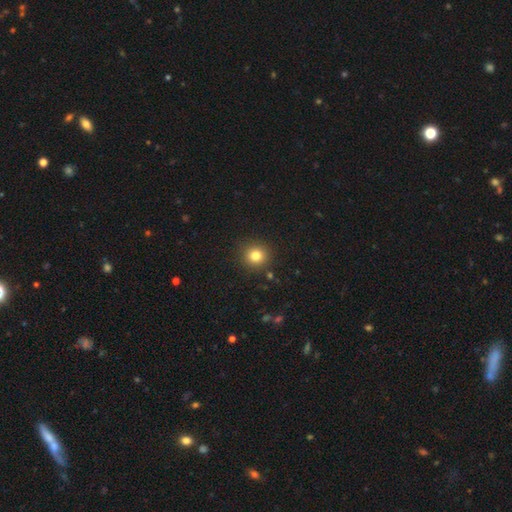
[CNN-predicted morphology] smooth-or-featured: smooth: 80% | star or artifact: 13% | featured or disk: 7%
  how-rounded: round: 92% | in between: 7% | cigar-shaped: 1%
  merging: none: 90% | minor disturbance: 6% | major disturbance: 2% | merger: 2%